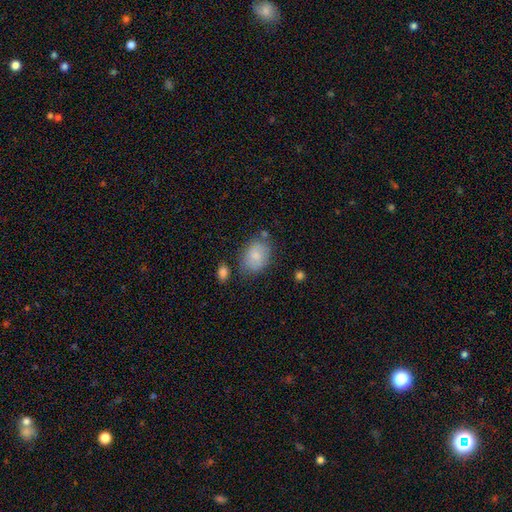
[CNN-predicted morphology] type=smooth (79%); roundness=in between (68%); merging=none (66%).